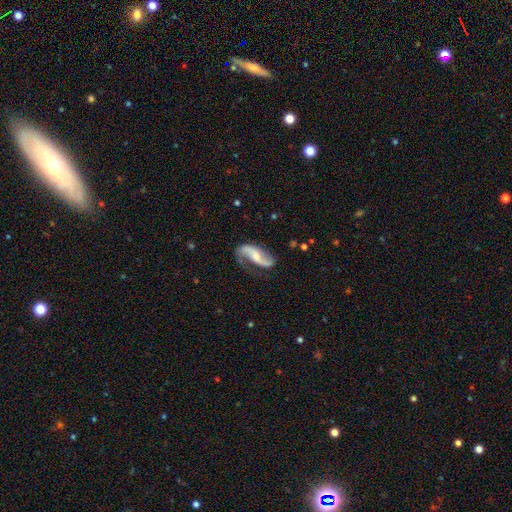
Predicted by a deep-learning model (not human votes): featured or disk 84%, smooth 11%, star or artifact 5%. Down the decision tree: edge-on disk — no (95%); bar — no (43%); spiral arms — yes (96%); spiral arm count — 2 (91%); spiral winding — loose (74%); bulge size — small (41%); merging — none (69%).